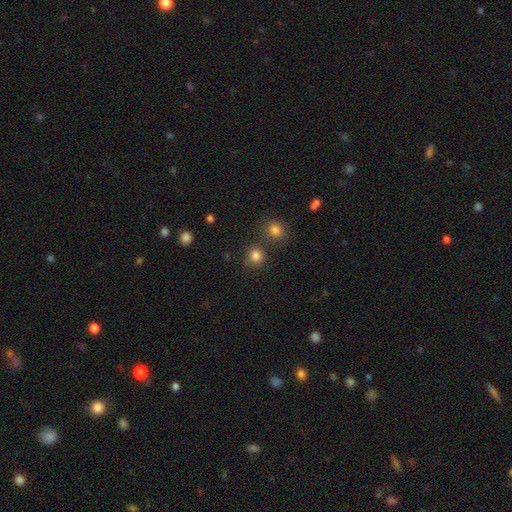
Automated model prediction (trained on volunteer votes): Smooth or featured? smooth (82%)
How rounded? round (89%)
Merging? none (72%)